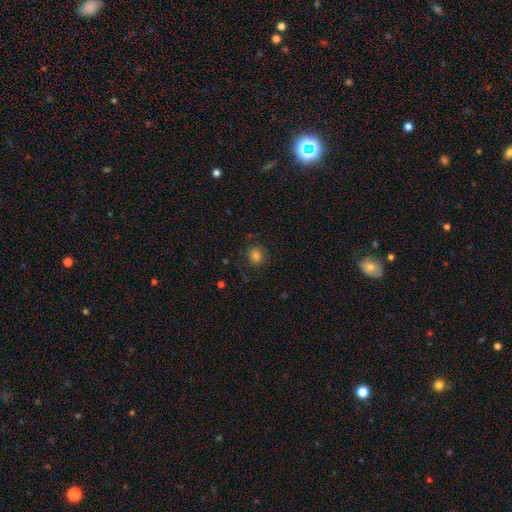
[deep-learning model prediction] Smooth or featured?
  - smooth: 79% *
  - star or artifact: 14%
  - featured or disk: 8%
How rounded?
  - round: 80% *
  - in between: 19%
  - cigar-shaped: 1%
Merging?
  - none: 81% *
  - minor disturbance: 13%
  - major disturbance: 5%
  - merger: 1%